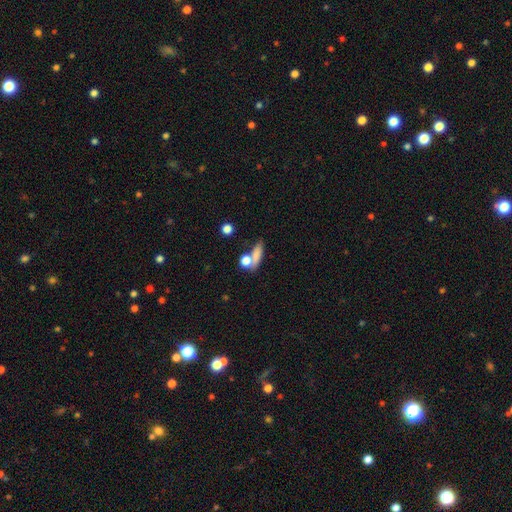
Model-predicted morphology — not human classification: Smooth or featured?
  - smooth: 74% *
  - featured or disk: 14%
  - star or artifact: 12%
How rounded?
  - in between: 42% *
  - cigar-shaped: 34%
  - round: 23%
Merging?
  - none: 50% *
  - merger: 26%
  - minor disturbance: 14%
  - major disturbance: 9%